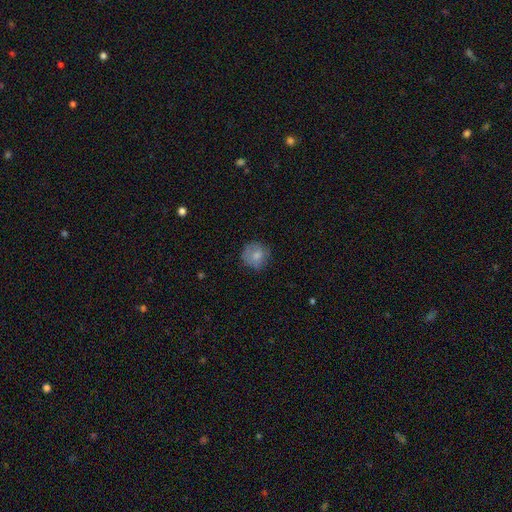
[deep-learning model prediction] Morphology: type=smooth (79%); roundness=round (89%); merging=none (75%).